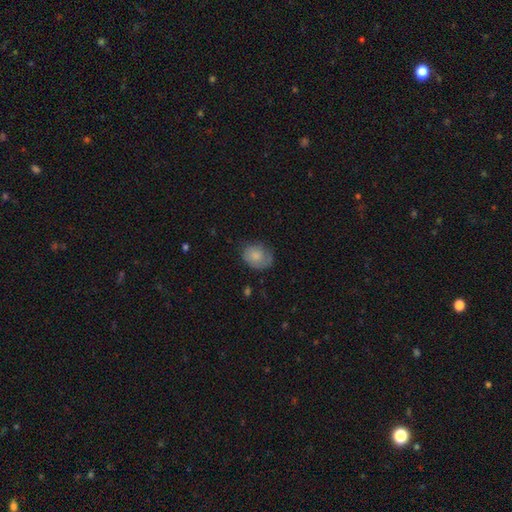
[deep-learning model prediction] Smooth or featured: smooth — 77% (featured or disk — 15%)
How rounded: in between — 50% (round — 49%)
Merging: none — 58% (minor disturbance — 30%)